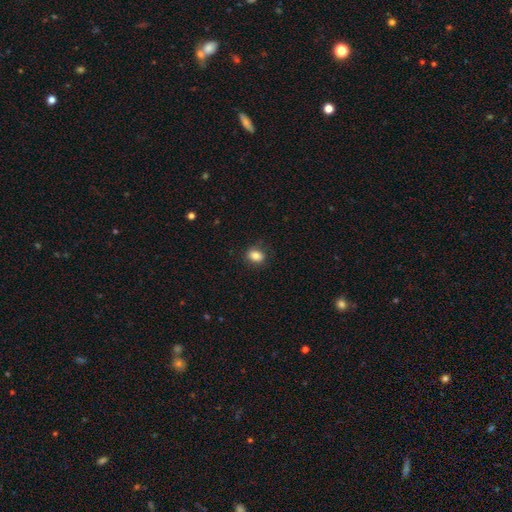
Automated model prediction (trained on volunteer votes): Smooth or featured?
  - smooth: 83% *
  - star or artifact: 10%
  - featured or disk: 7%
How rounded?
  - in between: 61% *
  - round: 38%
  - cigar-shaped: 1%
Merging?
  - none: 80% *
  - minor disturbance: 15%
  - major disturbance: 4%
  - merger: 1%